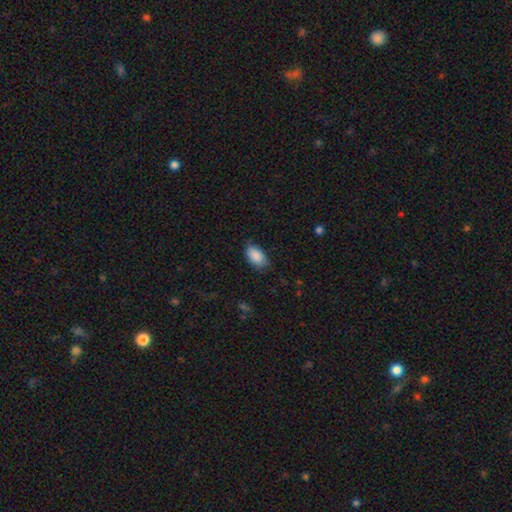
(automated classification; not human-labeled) This is clearly a smooth galaxy (89%). How rounded: clearly in between (94%). Merging: likely none (77%).